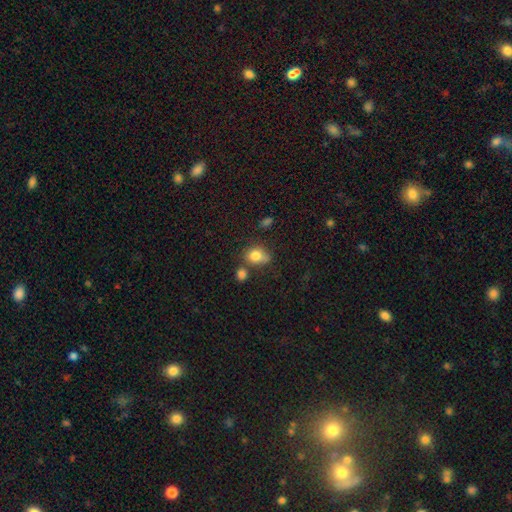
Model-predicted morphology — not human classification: A smooth galaxy with no disk features (81%) that is in between round and cigar-shaped (57%). Merging: none (48%).